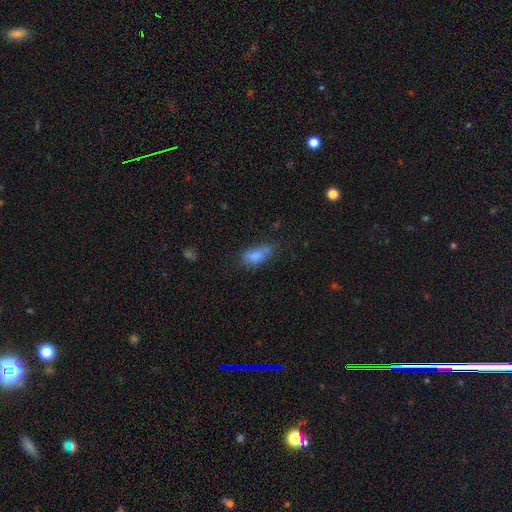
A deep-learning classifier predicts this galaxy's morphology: Q: Smooth or featured?
A: smooth (72%); runner-up: featured or disk (17%)
Q: How rounded?
A: in between (79%); runner-up: cigar-shaped (15%)
Q: Merging?
A: none (41%); runner-up: minor disturbance (31%)